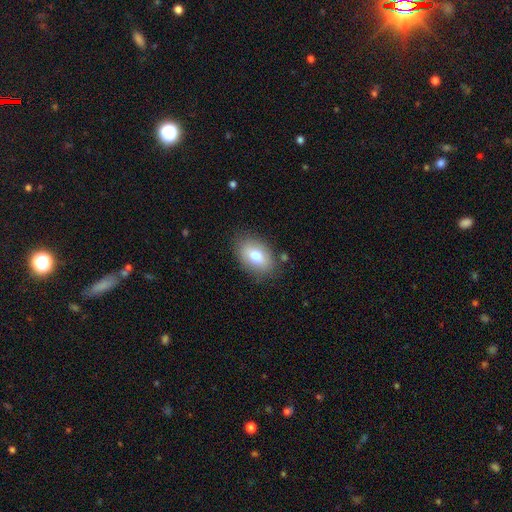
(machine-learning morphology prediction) smooth 73%, featured or disk 19%, star or artifact 8%. Down the decision tree: how rounded — in between (85%); merging — none (81%).